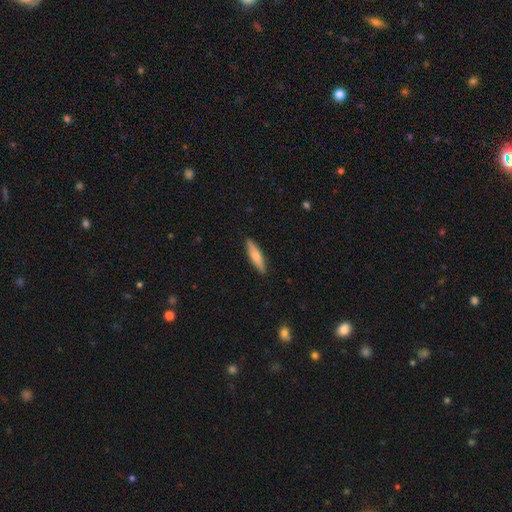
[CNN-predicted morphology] Smooth or featured?
  - smooth: 67% *
  - featured or disk: 27%
  - star or artifact: 6%
How rounded?
  - cigar-shaped: 75% *
  - in between: 23%
  - round: 2%
Merging?
  - none: 89% *
  - minor disturbance: 8%
  - major disturbance: 2%
  - merger: 1%